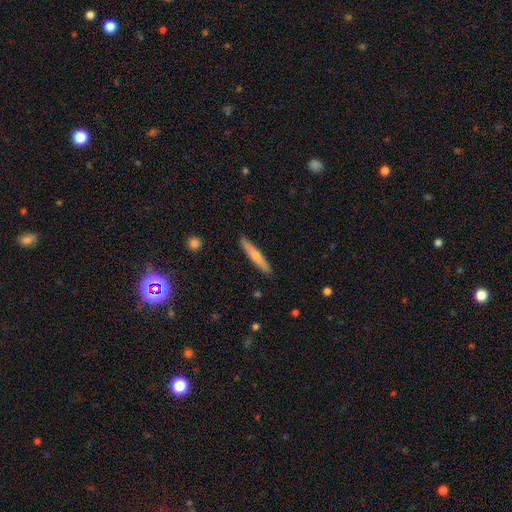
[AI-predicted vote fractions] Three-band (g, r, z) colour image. It shows a smooth galaxy with no disk features (59%) that is cigar-shaped (93%). Merging: none (90%).